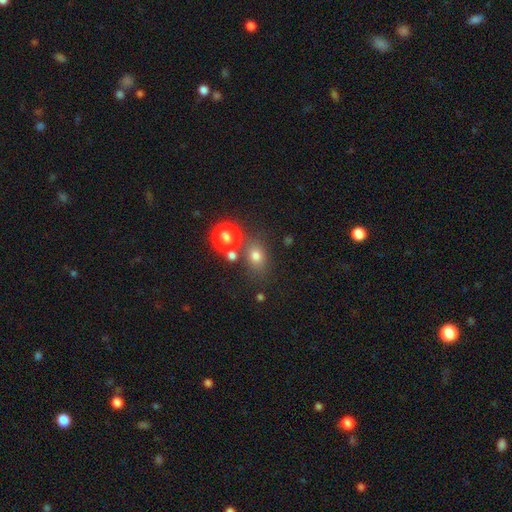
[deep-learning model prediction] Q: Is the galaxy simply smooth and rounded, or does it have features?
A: smooth — 72%.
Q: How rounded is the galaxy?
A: round — 50%.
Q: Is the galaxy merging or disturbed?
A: none — 70%.